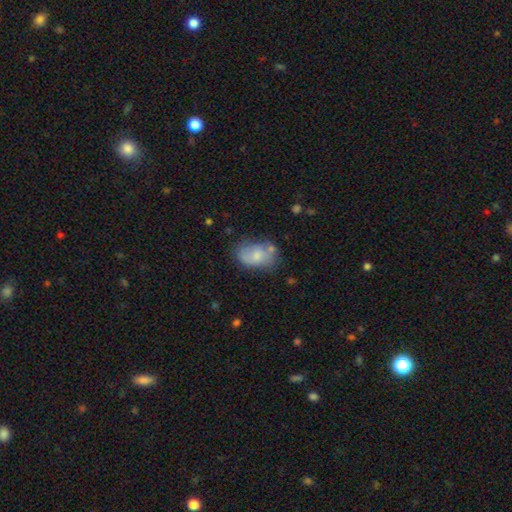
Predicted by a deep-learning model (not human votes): smooth-or-featured: smooth: 64% | featured or disk: 28% | star or artifact: 8%
  how-rounded: in between: 84% | round: 14% | cigar-shaped: 1%
  merging: none: 51% | minor disturbance: 28% | merger: 11% | major disturbance: 11%